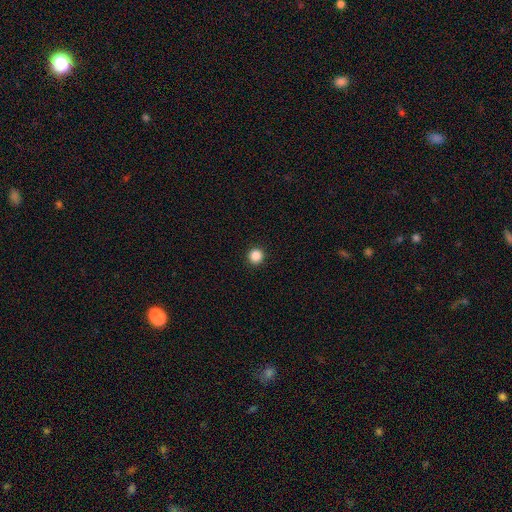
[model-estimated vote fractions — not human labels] This appears to be a smooth galaxy with no disk features (87%) that is round (96%). Merging: none (94%).